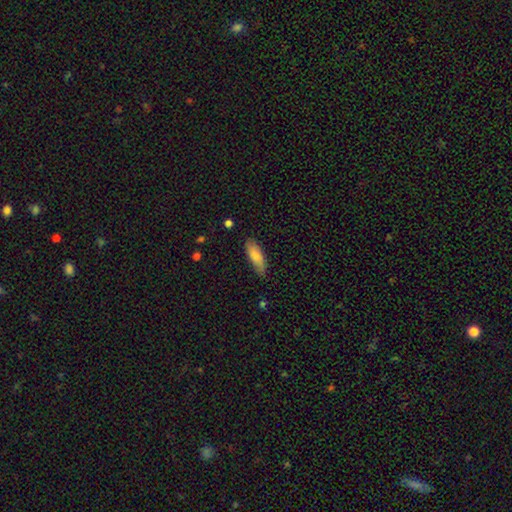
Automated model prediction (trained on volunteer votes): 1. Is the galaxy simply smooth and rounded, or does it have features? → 82% smooth, 12% featured or disk, 6% star or artifact.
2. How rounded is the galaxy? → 64% in between, 34% cigar-shaped, 2% round.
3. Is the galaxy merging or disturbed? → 79% none, 17% minor disturbance, 3% major disturbance, 1% merger.